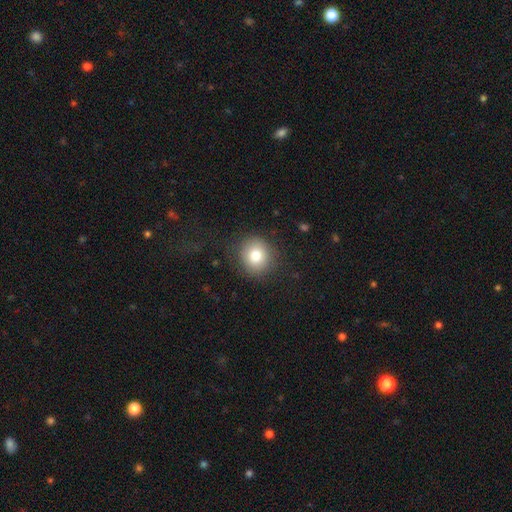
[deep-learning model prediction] Q: Smooth or featured?
A: smooth (78%); runner-up: featured or disk (11%)
Q: How rounded?
A: round (87%); runner-up: in between (12%)
Q: Merging?
A: none (84%); runner-up: minor disturbance (10%)